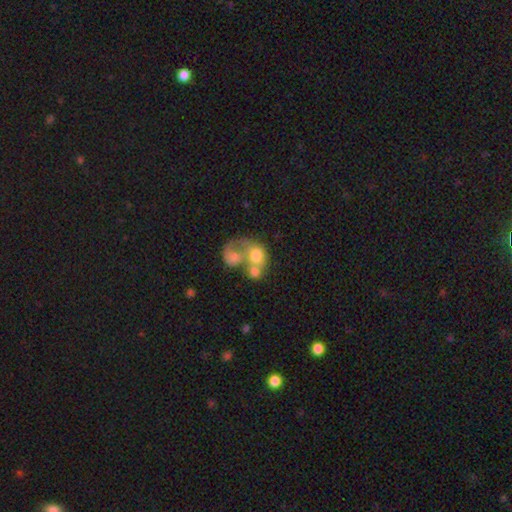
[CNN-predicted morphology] This appears to be a smooth galaxy with no disk features (54%) that is round (57%). Merging: merger (69%).